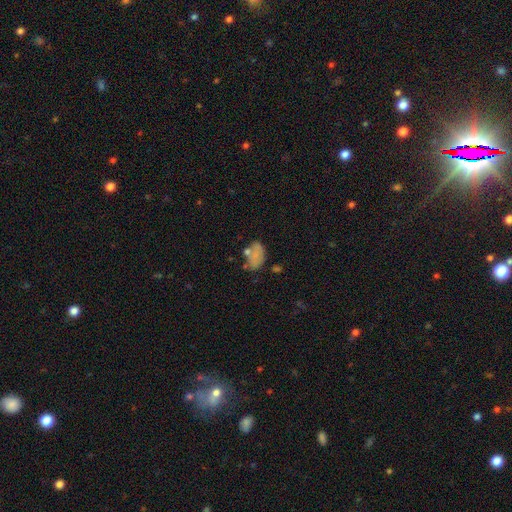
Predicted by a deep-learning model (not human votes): Smooth or featured? Predicted: smooth (p=0.65). How rounded? Predicted: in between (p=0.87). Merging? Predicted: none (p=0.46).